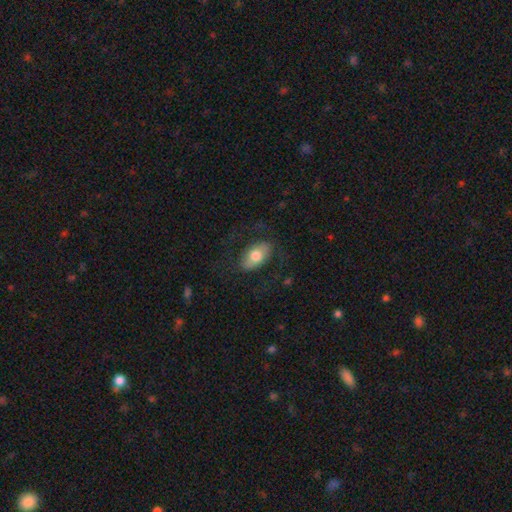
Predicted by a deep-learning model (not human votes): Smooth or featured? Predicted: smooth (p=0.60). How rounded? Predicted: in between (p=0.91). Merging? Predicted: none (p=0.70).